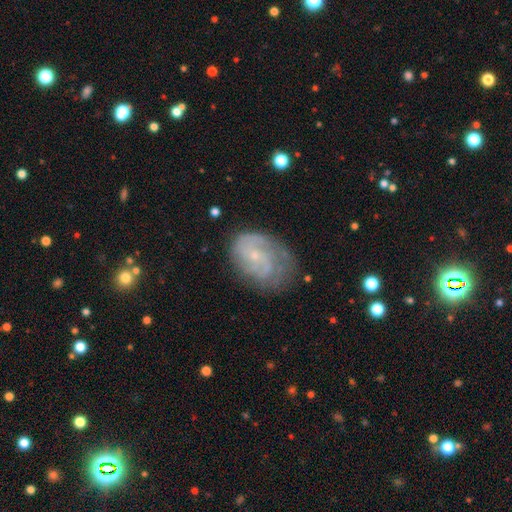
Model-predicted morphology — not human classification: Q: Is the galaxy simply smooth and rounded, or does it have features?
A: featured or disk — 76%.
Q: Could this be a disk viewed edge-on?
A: no — 97%.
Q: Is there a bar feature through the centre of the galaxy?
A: no — 67%.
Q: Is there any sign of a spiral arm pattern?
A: yes — 91%.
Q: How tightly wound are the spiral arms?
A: tight — 46%.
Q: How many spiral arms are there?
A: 2 — 42%.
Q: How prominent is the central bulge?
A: small — 79%.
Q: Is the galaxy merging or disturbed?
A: none — 59%.